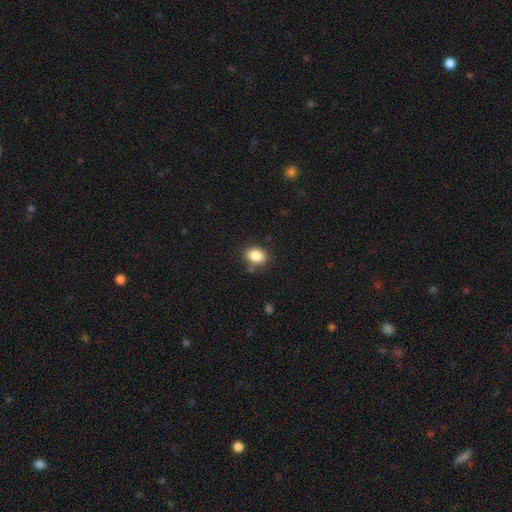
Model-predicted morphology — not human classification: smooth-or-featured: smooth: 86% | star or artifact: 9% | featured or disk: 5%
  how-rounded: in between: 60% | round: 39% | cigar-shaped: 1%
  merging: none: 81% | minor disturbance: 13% | merger: 3% | major disturbance: 3%